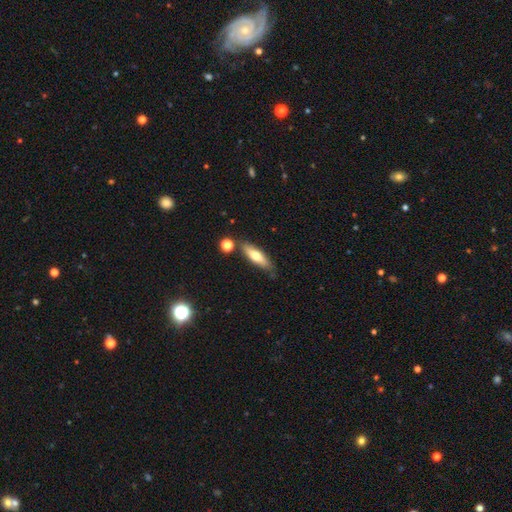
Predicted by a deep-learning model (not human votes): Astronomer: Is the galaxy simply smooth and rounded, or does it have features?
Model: smooth — 61%.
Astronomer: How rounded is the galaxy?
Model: cigar-shaped — 60% (runner-up: in between, 38%).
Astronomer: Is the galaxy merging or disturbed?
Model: none — 73%.